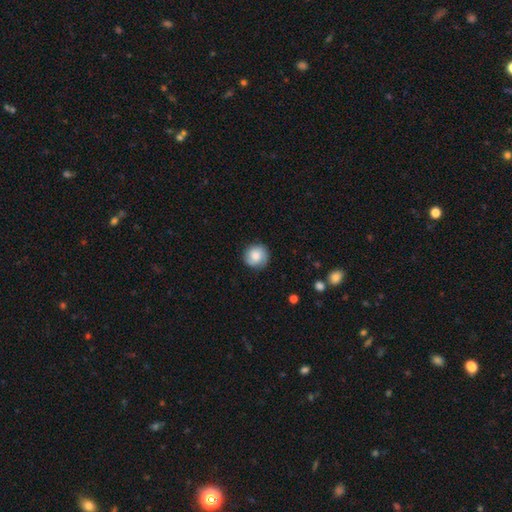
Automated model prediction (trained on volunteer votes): The model was most divided on "smooth or featured": smooth: 73%, featured or disk: 19%, star or artifact: 8%. More confident: how rounded — round (91%); merging — none (83%).